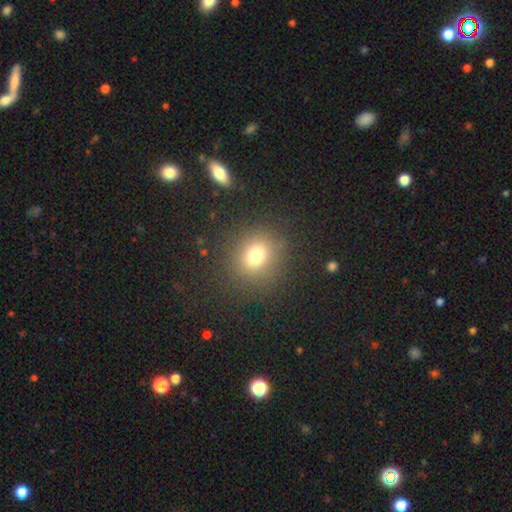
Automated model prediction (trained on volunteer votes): A smooth galaxy with no disk features (76%) that is round (76%). Merging: none (86%).